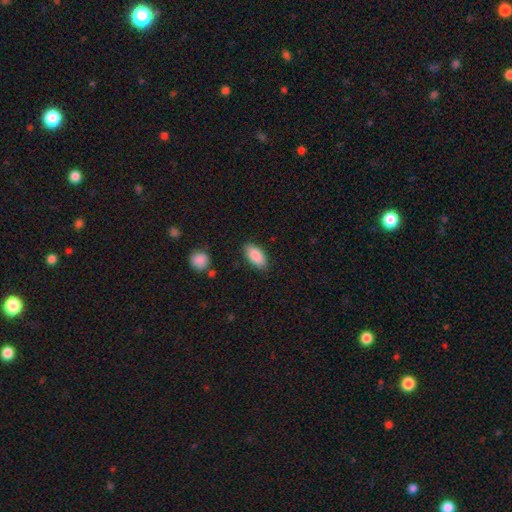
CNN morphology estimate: Smooth or featured? smooth (88%)
How rounded? in between (89%)
Merging? none (84%)